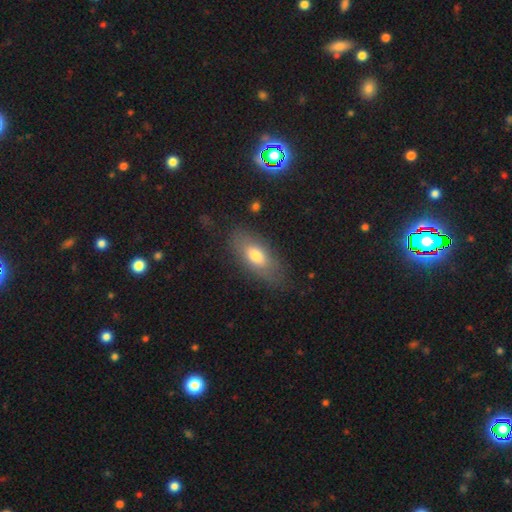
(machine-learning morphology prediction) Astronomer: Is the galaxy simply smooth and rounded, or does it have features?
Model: smooth — 69%.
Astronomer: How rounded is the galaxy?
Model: in between — 81%.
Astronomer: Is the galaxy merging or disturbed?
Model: none — 76%.